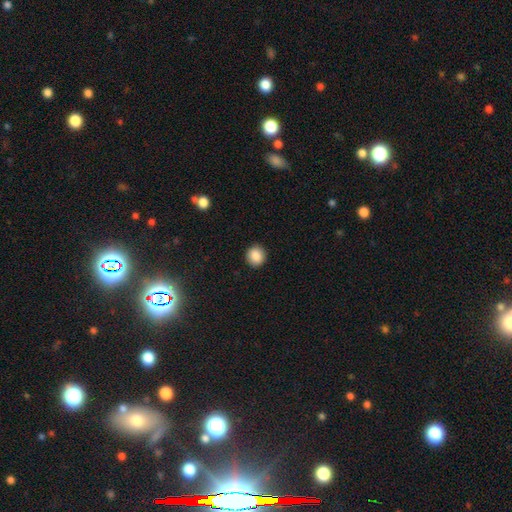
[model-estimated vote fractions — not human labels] Smooth or featured? smooth (87%)
How rounded? round (88%)
Merging? none (92%)